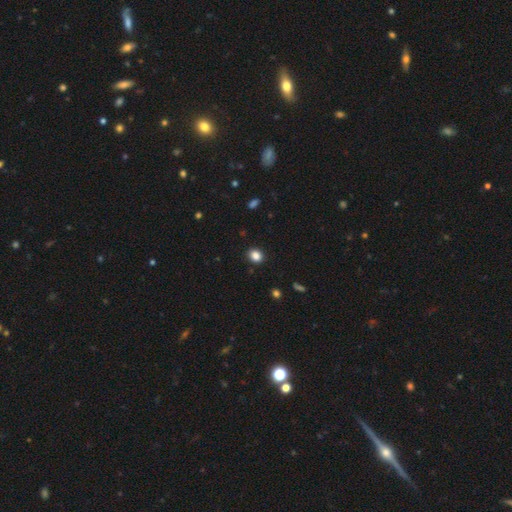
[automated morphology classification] smooth-or-featured: smooth: 85% | star or artifact: 11% | featured or disk: 4%
  how-rounded: round: 63% | in between: 37% | cigar-shaped: 1%
  merging: none: 90% | minor disturbance: 7% | major disturbance: 2% | merger: 1%